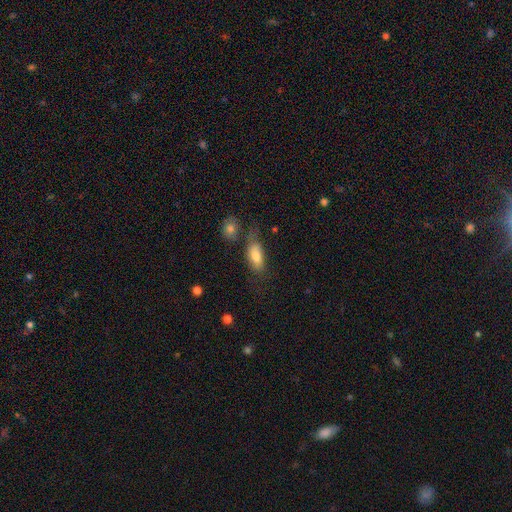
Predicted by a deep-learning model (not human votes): The model was most divided on "merging": none: 46%, minor disturbance: 24%, major disturbance: 16%, merger: 14%. More confident: how rounded — in between (85%); smooth or featured — smooth (76%).